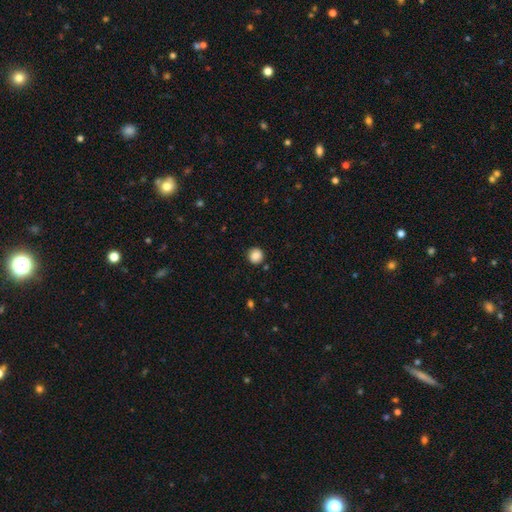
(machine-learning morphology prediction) A smooth galaxy with no disk features (87%) that is round (92%). Merging: none (88%).